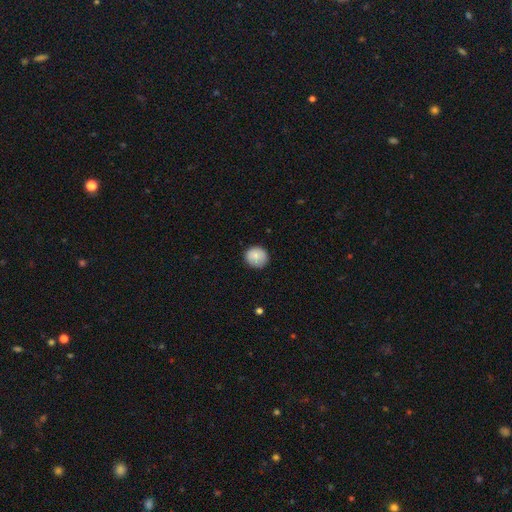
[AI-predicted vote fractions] A smooth galaxy with no disk features (86%) that is round (87%). Merging: none (86%).